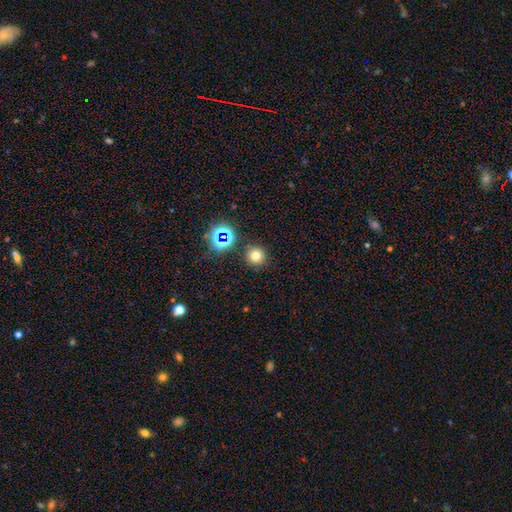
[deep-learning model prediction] Smooth or featured: smooth — 69% (star or artifact — 22%)
How rounded: round — 94% (in between — 5%)
Merging: none — 88% (minor disturbance — 6%)